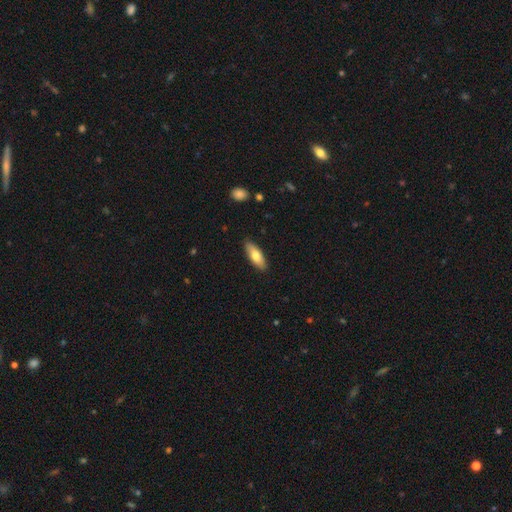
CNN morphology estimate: Q: Smooth or featured?
A: smooth (72%); runner-up: featured or disk (22%)
Q: How rounded?
A: in between (64%); runner-up: cigar-shaped (34%)
Q: Merging?
A: none (88%); runner-up: minor disturbance (9%)